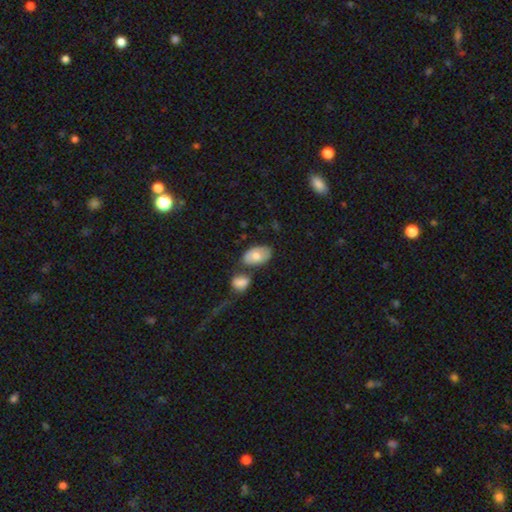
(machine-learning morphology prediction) Smooth or featured? Predicted: smooth (p=0.72). How rounded? Predicted: in between (p=0.93). Merging? Predicted: none (p=0.57).